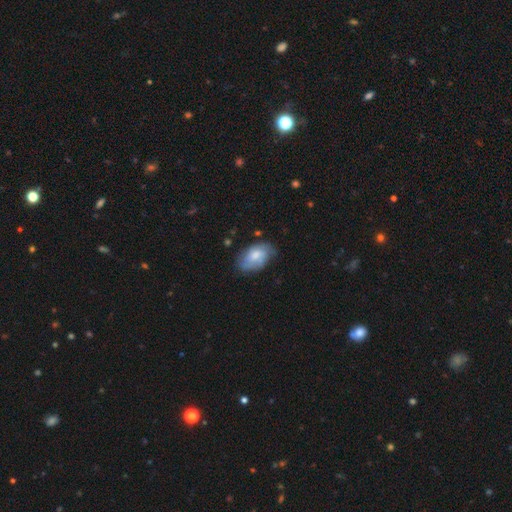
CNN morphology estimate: type=smooth (61%); roundness=in between (92%); merging=none (61%).